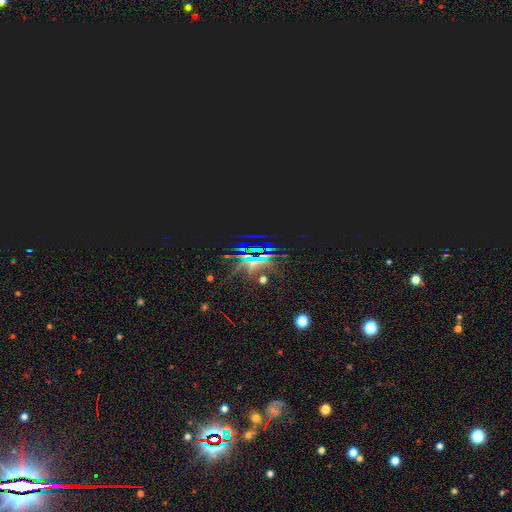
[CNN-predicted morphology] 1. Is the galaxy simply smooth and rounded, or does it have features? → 84% star or artifact, 9% featured or disk, 8% smooth.